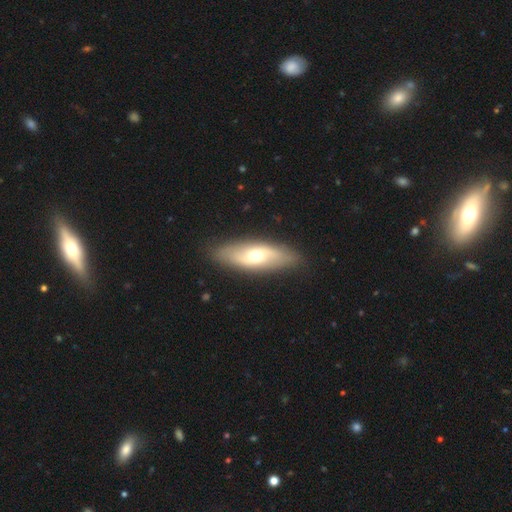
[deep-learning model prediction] A featured or disk galaxy (48%). Merging: none (87%).